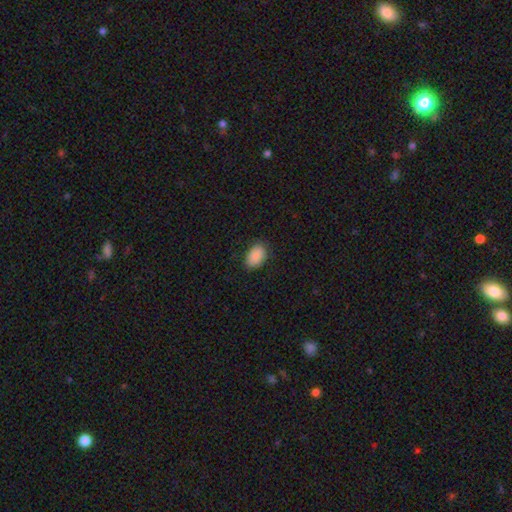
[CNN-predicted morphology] Smooth or featured: smooth — 89% (star or artifact — 7%)
How rounded: in between — 87% (round — 12%)
Merging: none — 82% (minor disturbance — 14%)